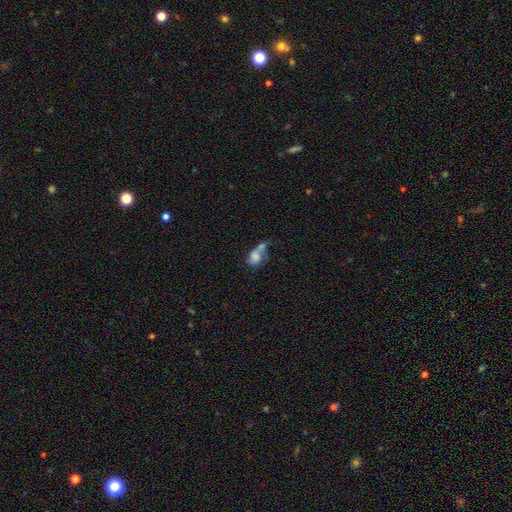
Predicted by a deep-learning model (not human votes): smooth-or-featured: smooth: 61% | featured or disk: 28% | star or artifact: 11%
  how-rounded: in between: 70% | round: 27% | cigar-shaped: 3%
  merging: merger: 51% | major disturbance: 21% | none: 16% | minor disturbance: 12%